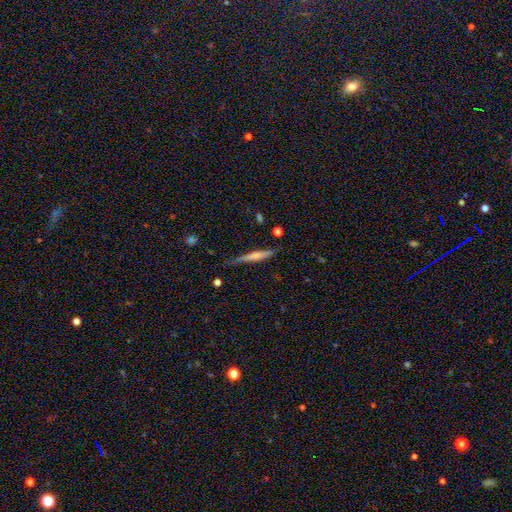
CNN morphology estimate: This is possibly a smooth galaxy (50%). Merging: likely none (72%).